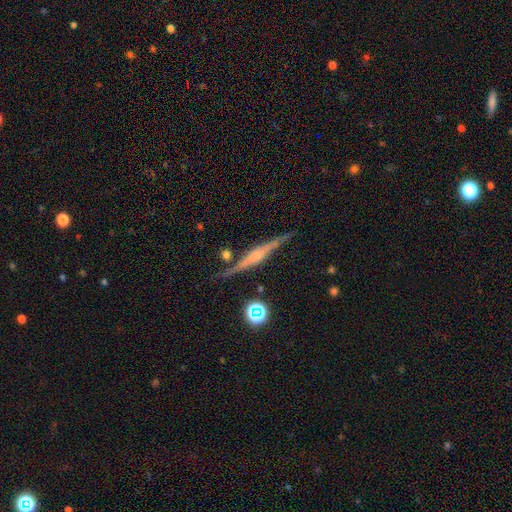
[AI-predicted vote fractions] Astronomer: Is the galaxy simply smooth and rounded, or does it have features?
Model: featured or disk — 79%.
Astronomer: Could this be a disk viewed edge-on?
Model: yes — 97%.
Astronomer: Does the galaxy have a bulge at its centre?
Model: rounded — 60%.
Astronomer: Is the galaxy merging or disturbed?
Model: none — 83%.